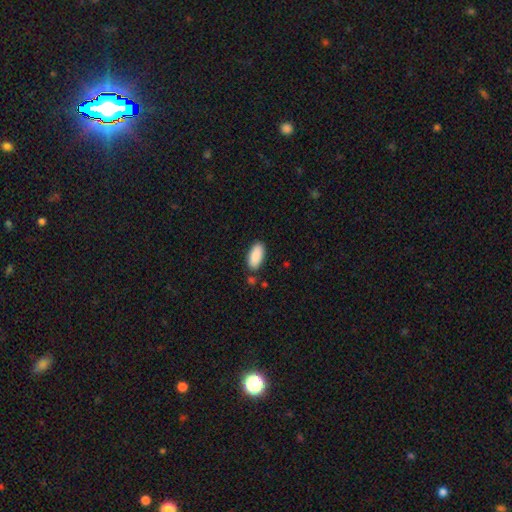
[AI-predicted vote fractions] A smooth galaxy with no disk features (90%) that is in between round and cigar-shaped (90%).

Vote fractions:
- Smooth or featured? smooth: 90% / star or artifact: 6% / featured or disk: 4%
- How rounded? in between: 90% / cigar-shaped: 8% / round: 2%
- Merging? none: 83% / minor disturbance: 11% / merger: 4% / major disturbance: 2%